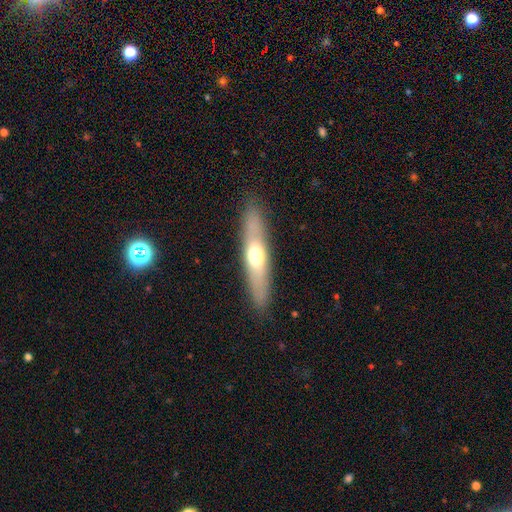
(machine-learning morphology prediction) Overall: smooth (53%; featured or disk 40%). How rounded: cigar-shaped (71%). Merging: none (87%).